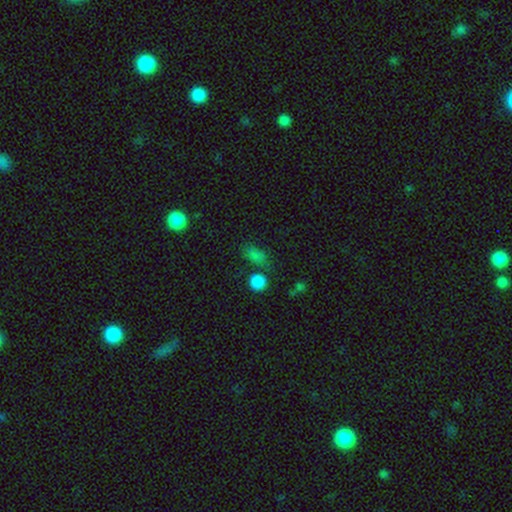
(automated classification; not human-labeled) Q: Smooth or featured?
A: smooth (72%); runner-up: star or artifact (22%)
Q: How rounded?
A: in between (70%); runner-up: round (25%)
Q: Merging?
A: none (61%); runner-up: minor disturbance (18%)